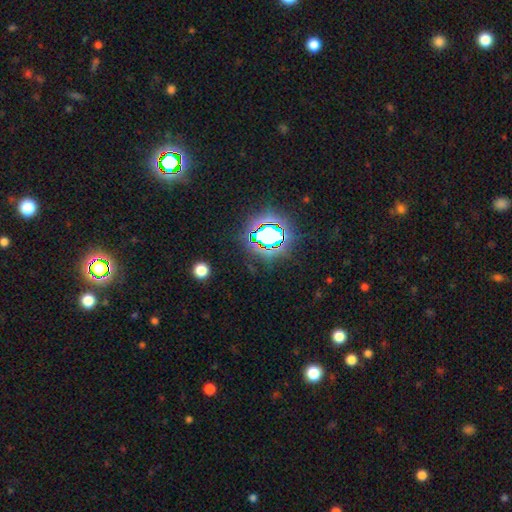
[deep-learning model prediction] Morphology: type=star or artifact (78%).